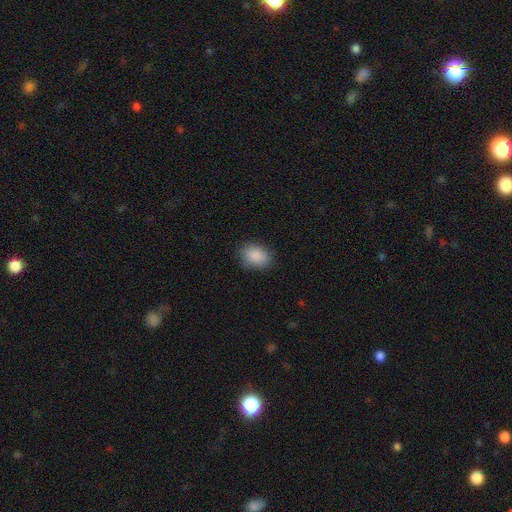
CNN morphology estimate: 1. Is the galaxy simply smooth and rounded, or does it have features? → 88% smooth, 8% star or artifact, 4% featured or disk.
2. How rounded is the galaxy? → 68% in between, 31% round, 1% cigar-shaped.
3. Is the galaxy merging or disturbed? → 83% none, 13% minor disturbance, 3% major disturbance, 1% merger.